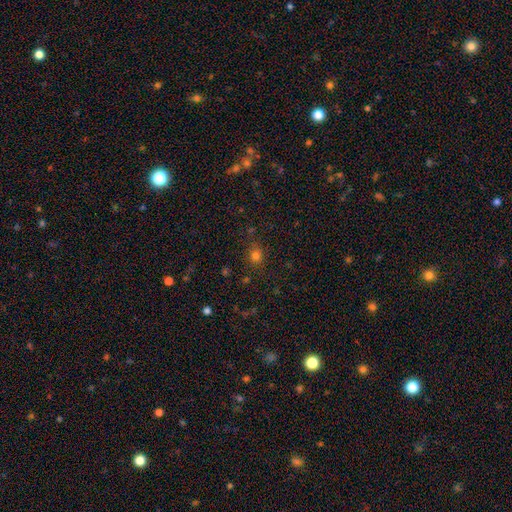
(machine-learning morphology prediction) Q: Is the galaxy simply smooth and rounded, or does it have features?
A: smooth — 76%.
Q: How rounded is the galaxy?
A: round — 75%.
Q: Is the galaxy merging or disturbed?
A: none — 83%.